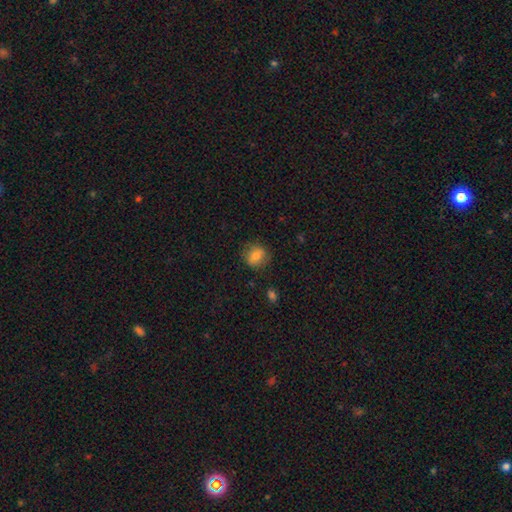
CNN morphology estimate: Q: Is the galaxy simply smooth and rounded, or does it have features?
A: smooth — 77%.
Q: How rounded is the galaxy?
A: round — 78%.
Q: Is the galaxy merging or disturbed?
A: none — 83%.